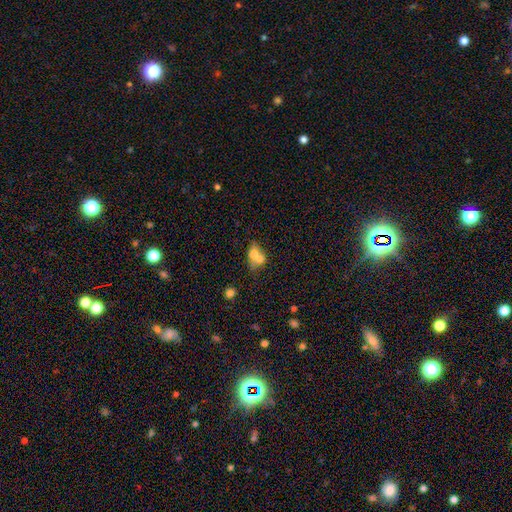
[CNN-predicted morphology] type=smooth (66%); roundness=in between (59%); merging=merger (64%).